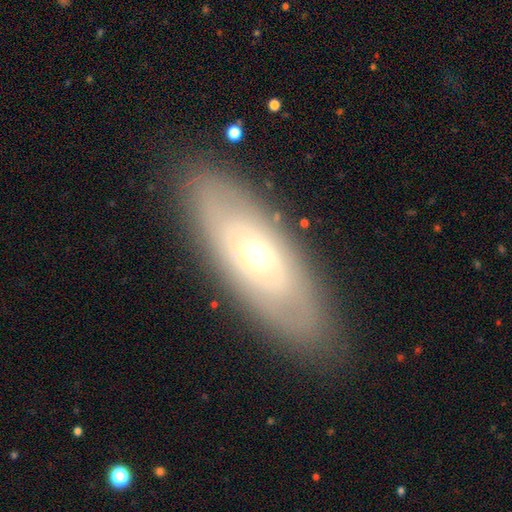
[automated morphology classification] This is possibly a featured or disk galaxy (59%). It is clearly not viewed edge-on (81%). Merging: clearly none (85%).